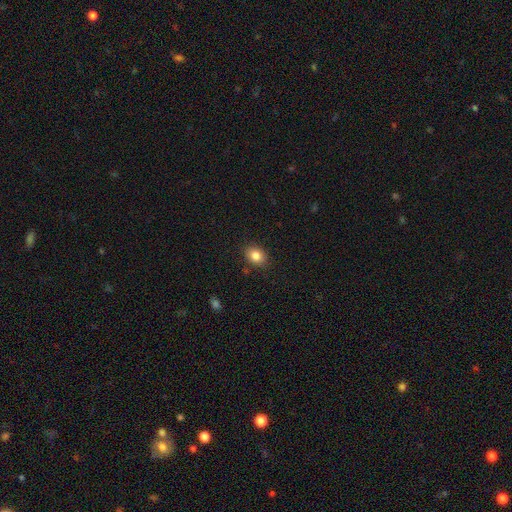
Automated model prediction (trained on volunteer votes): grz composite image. It shows a smooth galaxy with no disk features (85%) that is in between round and cigar-shaped (62%). Merging: none (86%).